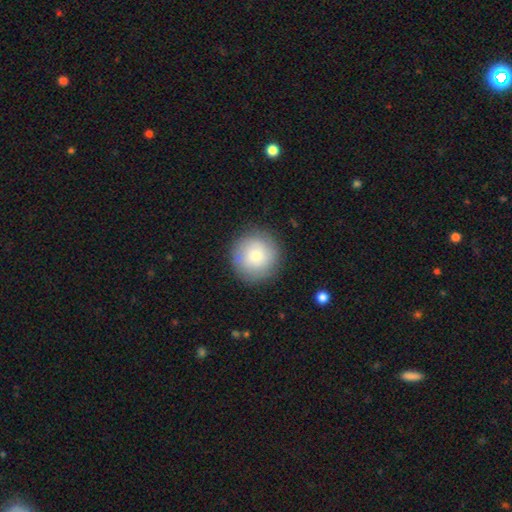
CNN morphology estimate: Overall: smooth (76%). How rounded: round (94%). Merging: none (87%).